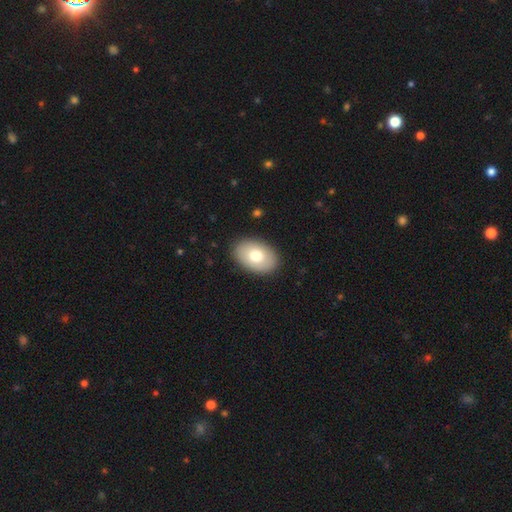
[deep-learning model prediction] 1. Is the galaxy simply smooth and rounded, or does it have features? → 76% smooth, 18% featured or disk, 6% star or artifact.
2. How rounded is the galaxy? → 88% in between, 11% round, 1% cigar-shaped.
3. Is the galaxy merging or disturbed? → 89% none, 8% minor disturbance, 2% major disturbance, 1% merger.